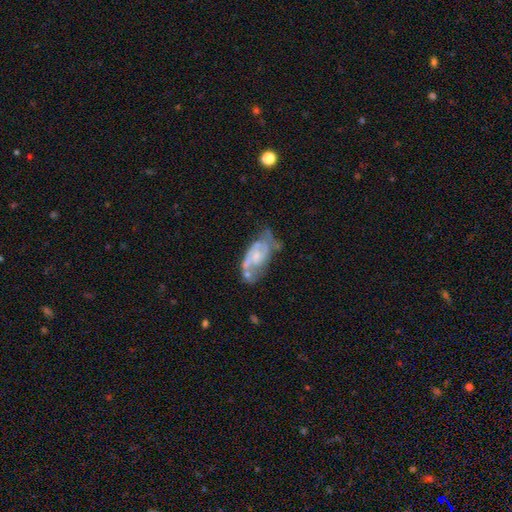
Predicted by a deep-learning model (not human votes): A featured or disk galaxy (74%) with no bar (57%), 2 (62%) medium (45%) spiral arms (79%) and a small central bulge (53%).

Vote fractions:
- Smooth or featured? featured or disk: 74% / smooth: 20% / star or artifact: 7%
- Edge-on disk? no: 94% / yes: 6%
- Bar? no: 57% / weak: 35% / strong: 7%
- Spiral arms? yes: 79% / no: 21%
- Spiral winding? medium: 45% / tight: 33% / loose: 22%
- Spiral arm count? 2: 62% / can't tell: 22% / 1: 8% / 3: 5% / 4: 2% / more than 4: 1%
- Bulge size? small: 53% / moderate: 30% / none: 13% / large: 3% / dominant: 1%
- Merging? none: 39% / minor disturbance: 26% / major disturbance: 20% / merger: 14%